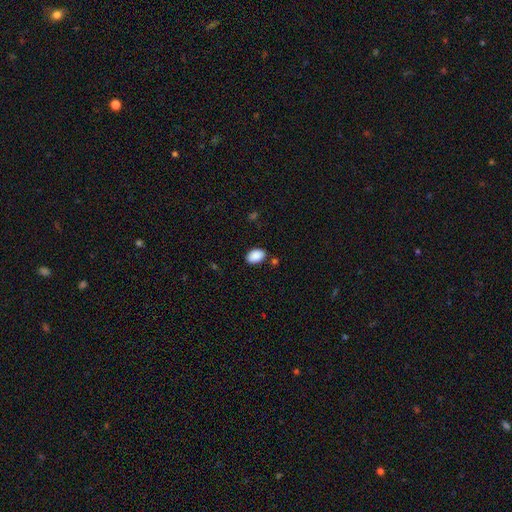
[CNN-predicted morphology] smooth_or_featured: smooth (p=0.90) [alt: star or artifact p=0.07]
how_rounded: in between (p=0.90) [alt: round p=0.09]
merging: none (p=0.83) [alt: minor disturbance p=0.12]